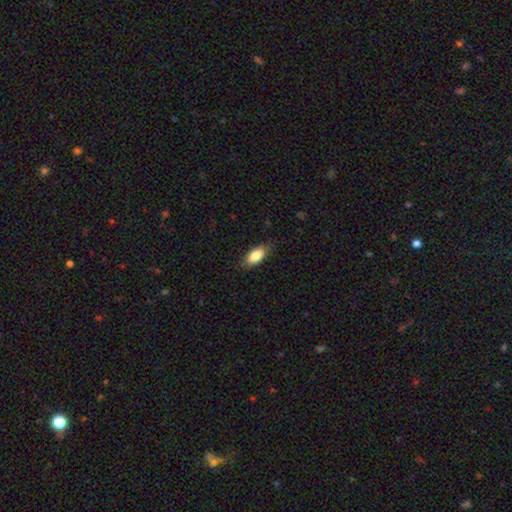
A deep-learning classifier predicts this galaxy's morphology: Smooth or featured: smooth — 82% (featured or disk — 11%)
How rounded: in between — 88% (cigar-shaped — 8%)
Merging: none — 81% (minor disturbance — 15%)